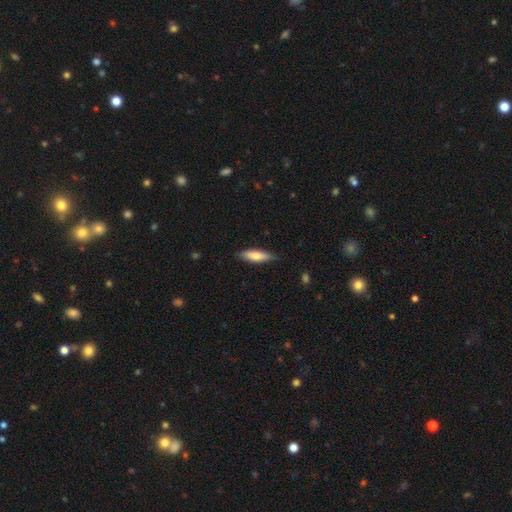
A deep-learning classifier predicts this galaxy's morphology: Smooth or featured? Predicted: smooth (p=0.69). How rounded? Predicted: cigar-shaped (p=0.59). Merging? Predicted: none (p=0.82).